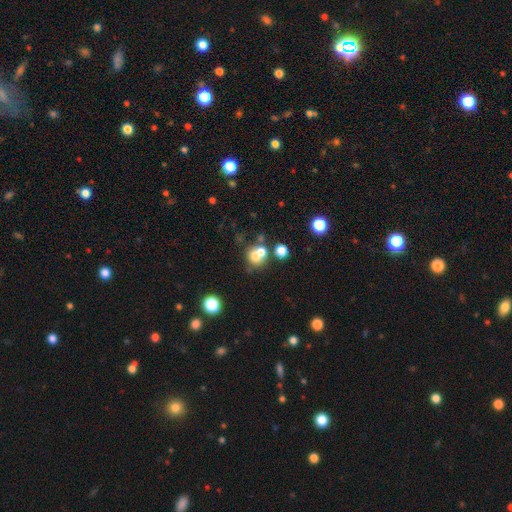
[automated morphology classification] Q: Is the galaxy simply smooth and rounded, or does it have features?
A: smooth — 68%.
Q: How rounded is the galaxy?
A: round — 77%.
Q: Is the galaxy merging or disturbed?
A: merger — 49%.